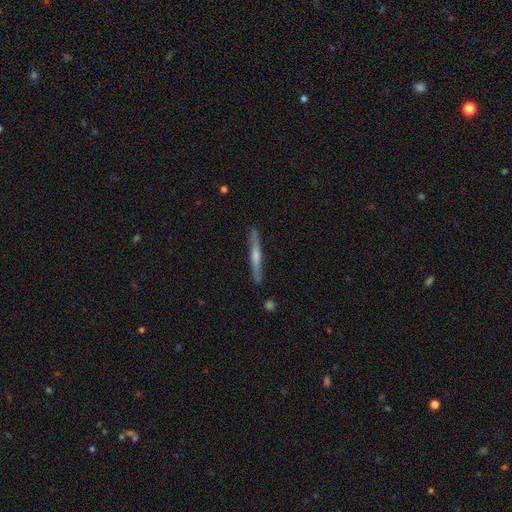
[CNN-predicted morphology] Smooth or featured? featured or disk (61%)
Edge-on disk? yes (96%)
Edge-on bulge? rounded (56%)
Merging? none (88%)